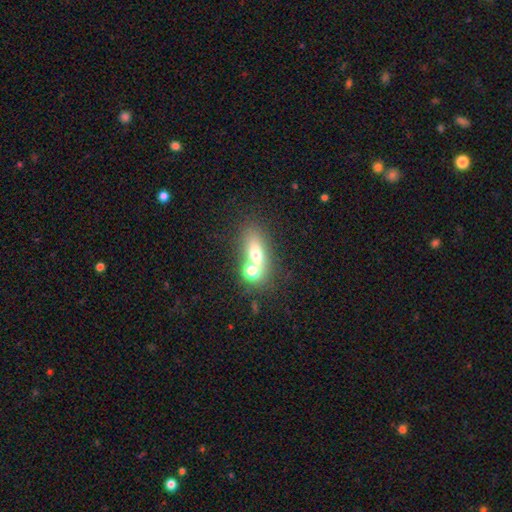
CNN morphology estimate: This appears to be a smooth galaxy with no disk features (61%) that is in between round and cigar-shaped (58%). Merging: merger (46%).